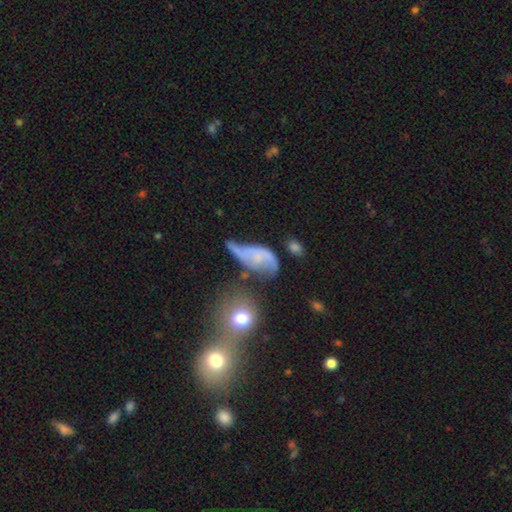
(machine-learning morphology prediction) A featured or disk galaxy (60%) with no bar (69%), spiral arms (72%) and no central bulge (57%).

Vote fractions:
- Smooth or featured? featured or disk: 60% / smooth: 27% / star or artifact: 12%
- Edge-on disk? no: 93% / yes: 7%
- Bar? no: 69% / weak: 23% / strong: 8%
- Spiral arms? yes: 72% / no: 28%
- Bulge size? none: 57% / small: 30% / moderate: 9% / large: 2% / dominant: 2%
- Merging? major disturbance: 33% / none: 28% / minor disturbance: 25% / merger: 14%